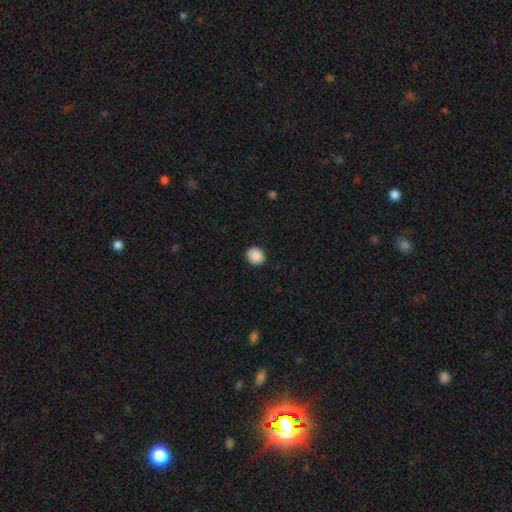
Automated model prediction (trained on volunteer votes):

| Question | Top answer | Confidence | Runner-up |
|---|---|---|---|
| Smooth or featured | smooth | 89% | star or artifact (8%) |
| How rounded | round | 78% | in between (21%) |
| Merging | none | 90% | minor disturbance (7%) |